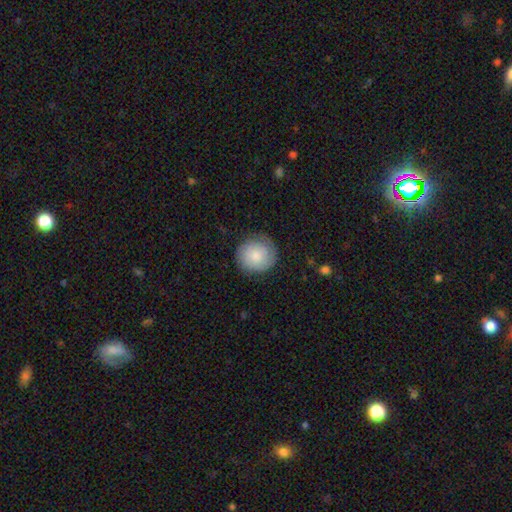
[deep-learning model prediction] smooth-or-featured: smooth: 73% | featured or disk: 21% | star or artifact: 7%
  how-rounded: round: 89% | in between: 10% | cigar-shaped: 1%
  merging: none: 78% | minor disturbance: 17% | major disturbance: 5% | merger: 1%